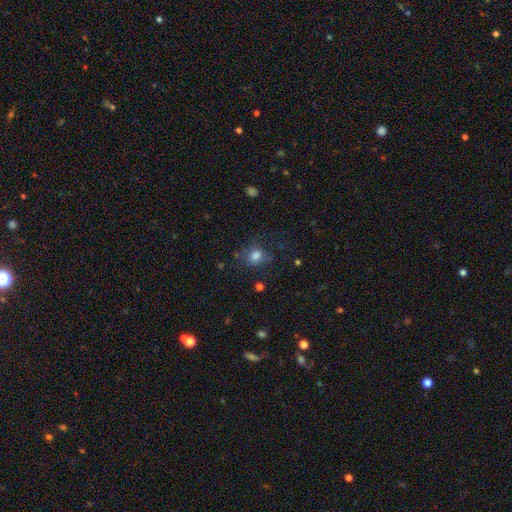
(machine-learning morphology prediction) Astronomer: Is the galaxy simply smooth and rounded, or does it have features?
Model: smooth — 80%.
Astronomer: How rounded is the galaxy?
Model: round — 68%.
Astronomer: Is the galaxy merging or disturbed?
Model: none — 71%.